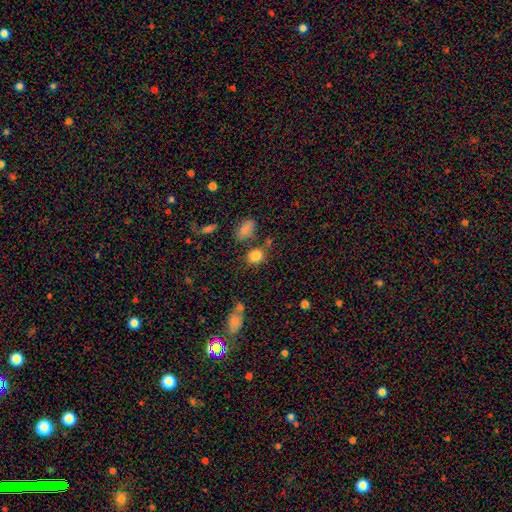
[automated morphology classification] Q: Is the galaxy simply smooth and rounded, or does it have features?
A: smooth — 82%.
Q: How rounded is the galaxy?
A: round — 67%.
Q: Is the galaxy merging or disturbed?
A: none — 69%.